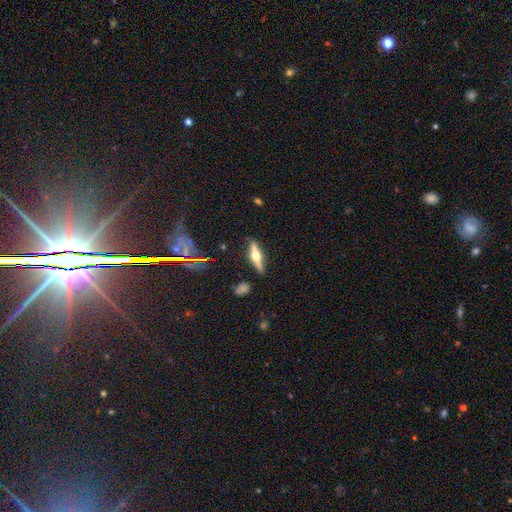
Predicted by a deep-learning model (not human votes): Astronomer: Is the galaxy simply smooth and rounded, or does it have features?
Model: featured or disk — 67%.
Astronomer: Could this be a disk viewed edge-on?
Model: yes — 96%.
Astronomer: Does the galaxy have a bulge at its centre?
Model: rounded — 94%.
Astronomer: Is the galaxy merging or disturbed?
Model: none — 86%.